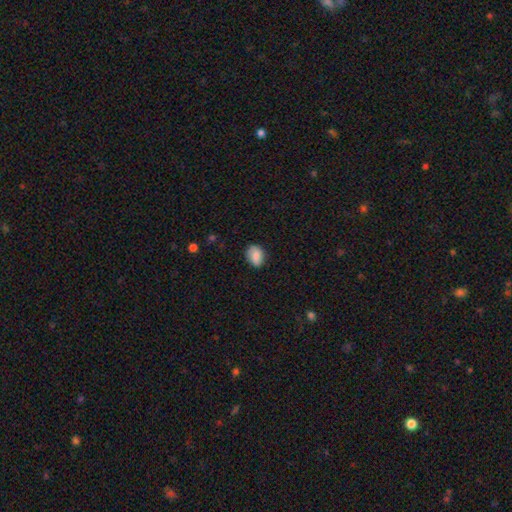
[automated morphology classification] smooth-or-featured: smooth: 82% | featured or disk: 10% | star or artifact: 8%
  how-rounded: in between: 64% | round: 34% | cigar-shaped: 1%
  merging: none: 79% | minor disturbance: 17% | major disturbance: 3% | merger: 1%